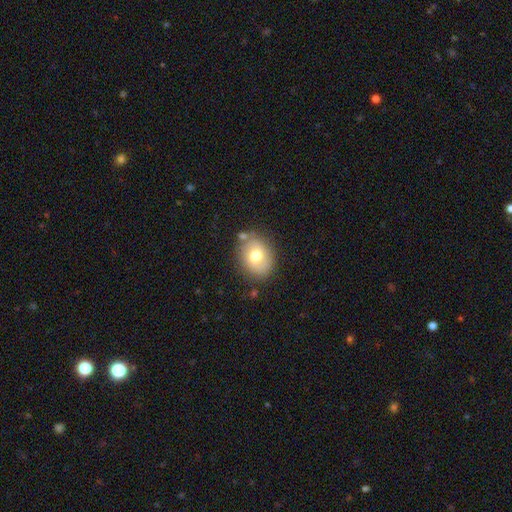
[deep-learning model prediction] Smooth or featured?
  - smooth: 71% *
  - featured or disk: 20%
  - star or artifact: 9%
How rounded?
  - in between: 53% *
  - round: 47%
  - cigar-shaped: 1%
Merging?
  - none: 76% *
  - minor disturbance: 14%
  - merger: 6%
  - major disturbance: 4%